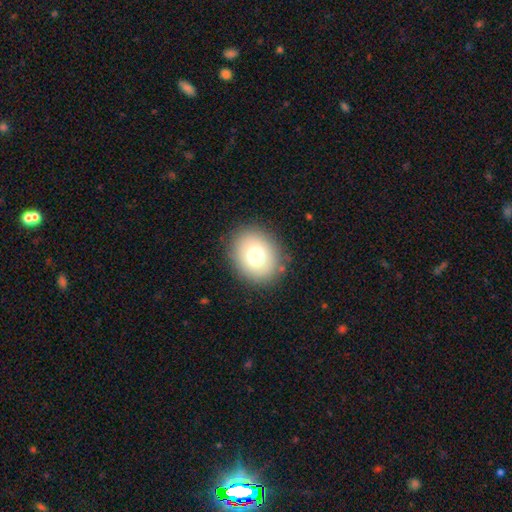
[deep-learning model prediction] Smooth or featured?
  - smooth: 73% *
  - featured or disk: 15%
  - star or artifact: 11%
How rounded?
  - round: 59% *
  - in between: 40%
  - cigar-shaped: 1%
Merging?
  - none: 87% *
  - minor disturbance: 8%
  - major disturbance: 3%
  - merger: 1%